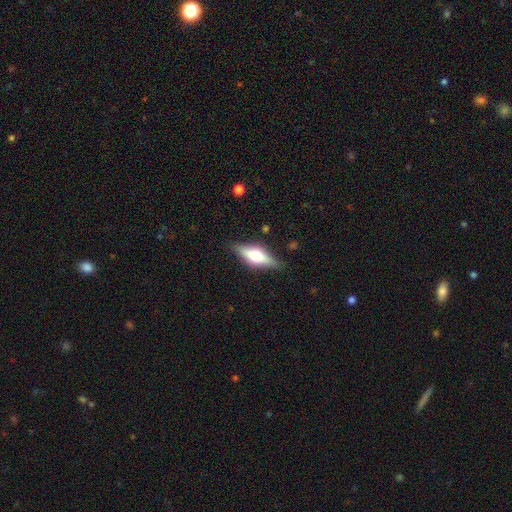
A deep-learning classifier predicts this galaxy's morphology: Smooth or featured? Predicted: featured or disk (p=0.54). Edge-on disk? Predicted: yes (p=0.91). Merging? Predicted: none (p=0.83).